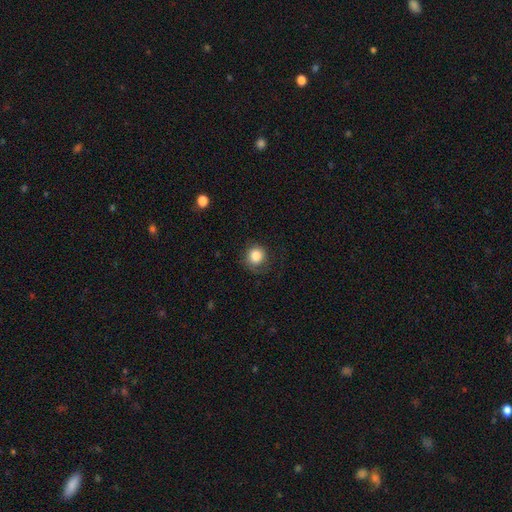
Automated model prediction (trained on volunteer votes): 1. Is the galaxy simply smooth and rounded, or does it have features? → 84% smooth, 9% star or artifact, 7% featured or disk.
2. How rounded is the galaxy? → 88% round, 11% in between, 1% cigar-shaped.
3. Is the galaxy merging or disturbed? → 73% none, 18% minor disturbance, 8% major disturbance, 1% merger.